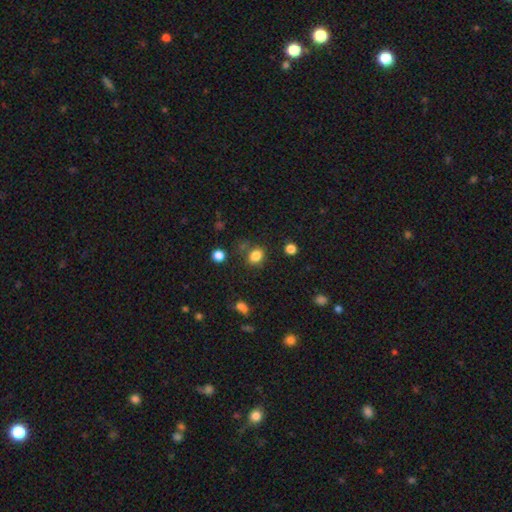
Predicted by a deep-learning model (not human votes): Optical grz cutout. It shows a smooth galaxy with no disk features (82%) that is round (50%). Merging: none (72%).